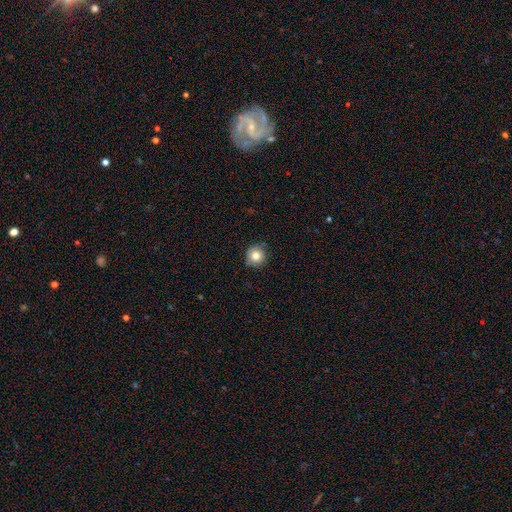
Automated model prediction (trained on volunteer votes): Smooth or featured? smooth (81%)
How rounded? round (94%)
Merging? none (84%)